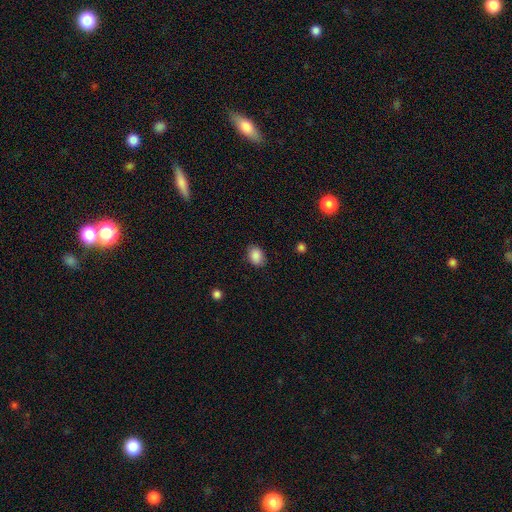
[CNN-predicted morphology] Smooth or featured? smooth (88%)
How rounded? in between (71%)
Merging? none (82%)